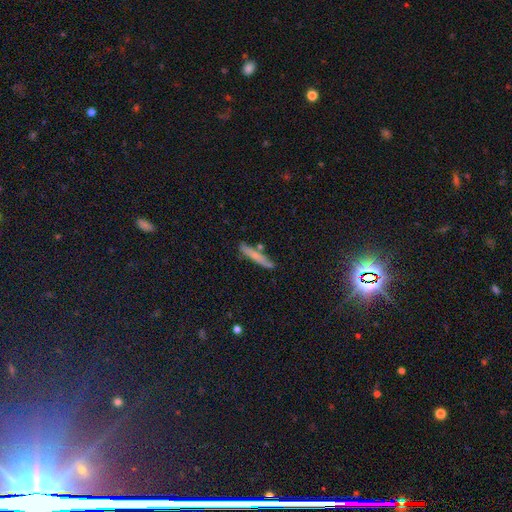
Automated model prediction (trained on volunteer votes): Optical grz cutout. It shows a smooth galaxy with no disk features (65%) that is cigar-shaped (92%). Merging: none (78%).